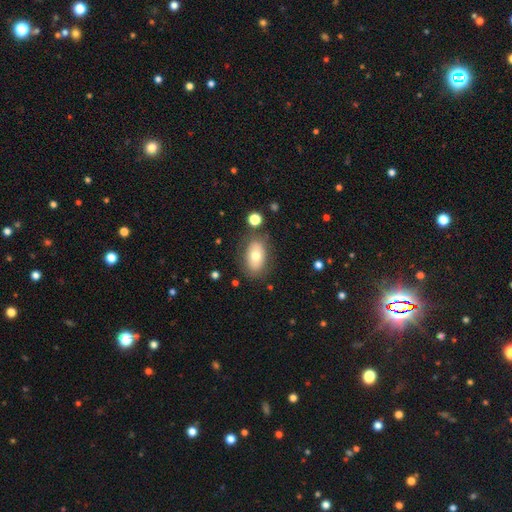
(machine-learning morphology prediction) Smooth or featured?
  - smooth: 68% *
  - featured or disk: 24%
  - star or artifact: 8%
How rounded?
  - in between: 89% *
  - round: 9%
  - cigar-shaped: 2%
Merging?
  - none: 76% *
  - minor disturbance: 15%
  - major disturbance: 5%
  - merger: 4%